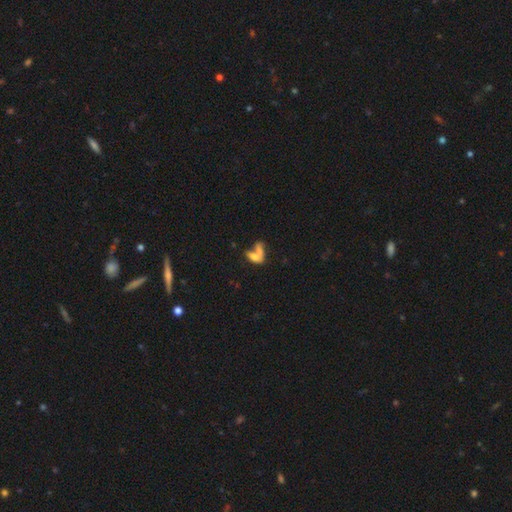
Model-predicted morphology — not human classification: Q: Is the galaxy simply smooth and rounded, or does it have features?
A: smooth — 65%.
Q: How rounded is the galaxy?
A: in between — 71%.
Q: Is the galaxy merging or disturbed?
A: merger — 59%.